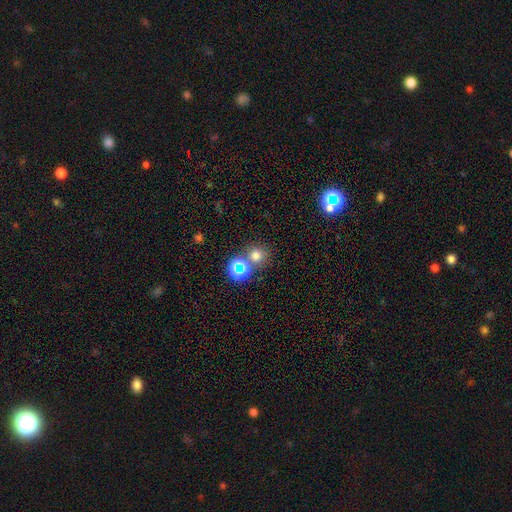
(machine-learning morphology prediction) This is likely a smooth galaxy (68%). How rounded: clearly round (89%). Merging: likely none (70%).